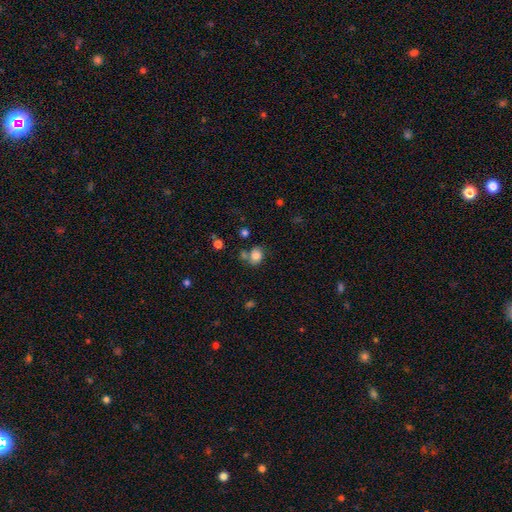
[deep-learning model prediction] The model was most divided on "how rounded": round: 60%, in between: 39%, cigar-shaped: 1%. More confident: smooth or featured — smooth (81%); merging — none (55%).